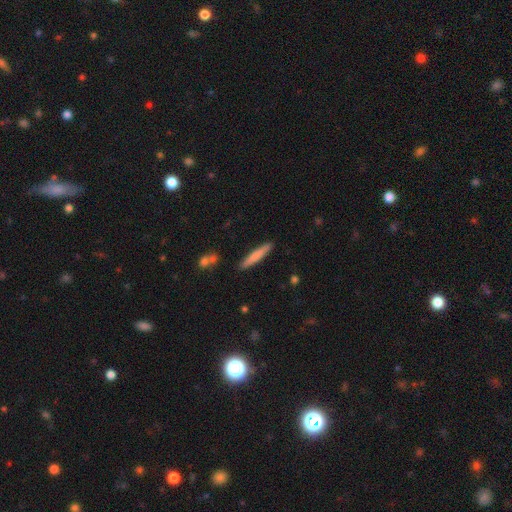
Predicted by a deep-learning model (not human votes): Smooth or featured? Predicted: smooth (p=0.72). How rounded? Predicted: cigar-shaped (p=0.93). Merging? Predicted: none (p=0.89).